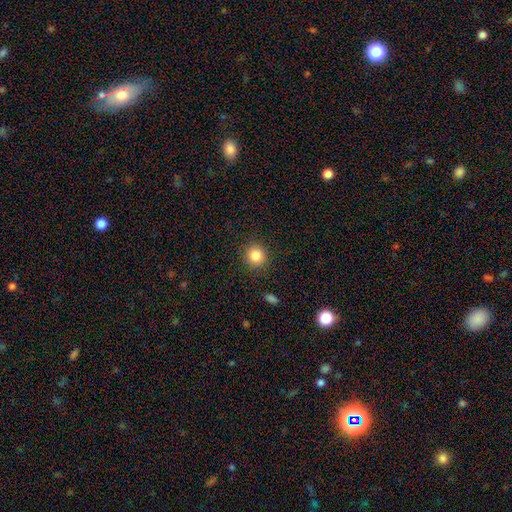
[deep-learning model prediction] A smooth galaxy with no disk features (85%) that is round (91%). Merging: none (90%).